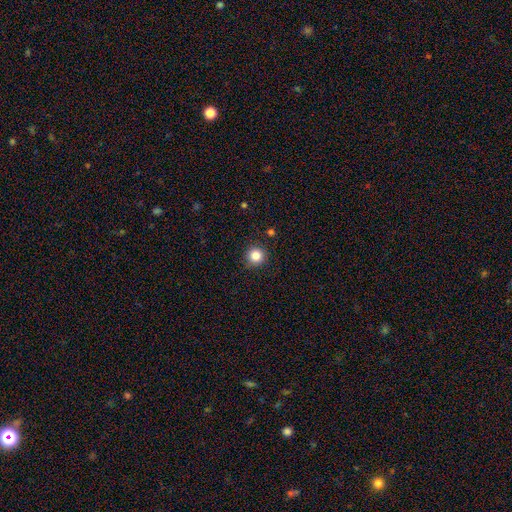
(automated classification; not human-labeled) smooth-or-featured: smooth: 84% | star or artifact: 11% | featured or disk: 5%
  how-rounded: round: 95% | in between: 4% | cigar-shaped: 1%
  merging: none: 90% | minor disturbance: 6% | major disturbance: 2% | merger: 1%